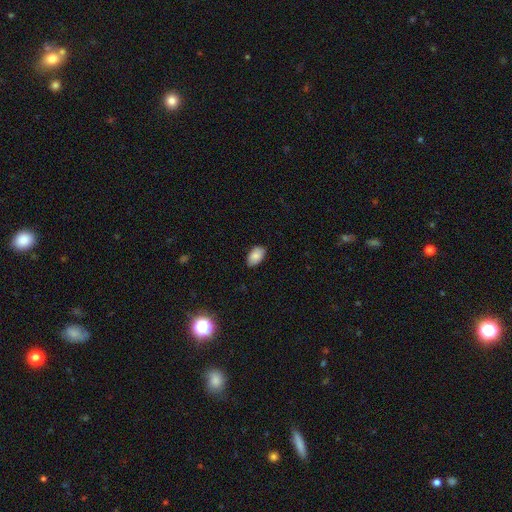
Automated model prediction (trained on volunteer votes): Smooth or featured? Predicted: smooth (p=0.84). How rounded? Predicted: in between (p=0.93). Merging? Predicted: none (p=0.85).